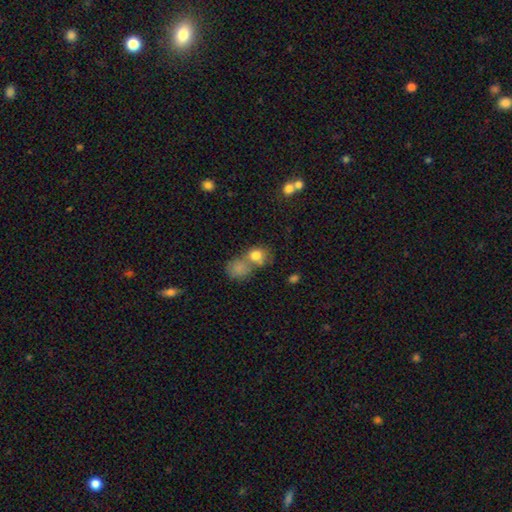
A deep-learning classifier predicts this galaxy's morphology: smooth 78%, featured or disk 12%, star or artifact 10%. Down the decision tree: how rounded — round (59%); merging — merger (50%).